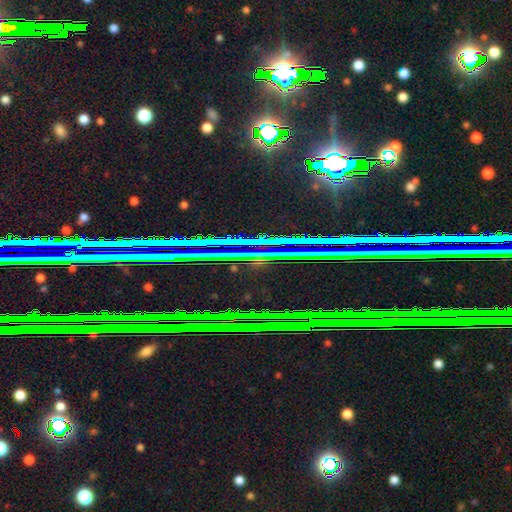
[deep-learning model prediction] Smooth or featured? star or artifact (76%)